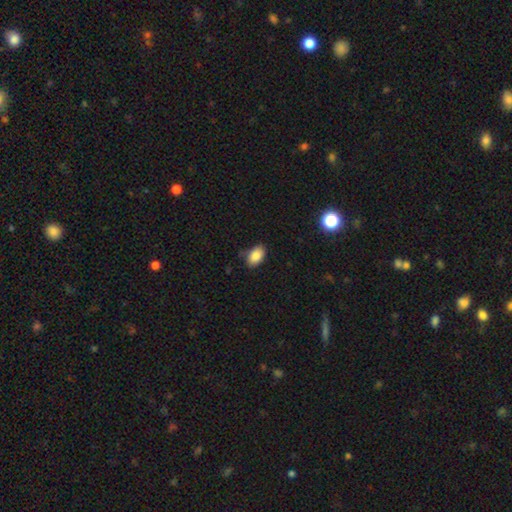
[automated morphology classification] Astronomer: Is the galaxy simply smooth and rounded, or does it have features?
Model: smooth — 85%.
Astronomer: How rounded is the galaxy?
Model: in between — 91%.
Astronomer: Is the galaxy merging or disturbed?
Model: none — 75%.